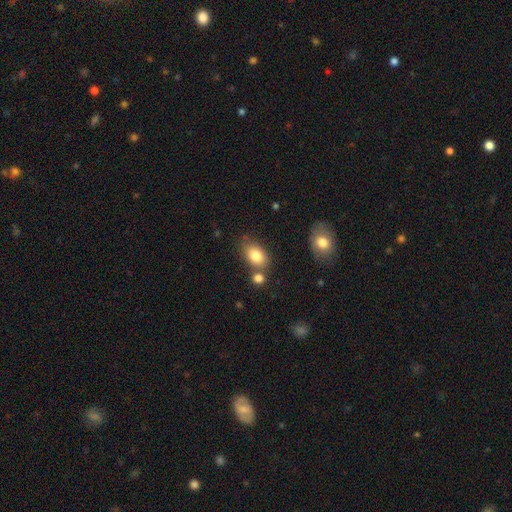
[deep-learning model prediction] A smooth galaxy with no disk features (82%) that is in between round and cigar-shaped (85%).

Vote fractions:
- Smooth or featured? smooth: 82% / featured or disk: 10% / star or artifact: 8%
- How rounded? in between: 85% / round: 13% / cigar-shaped: 2%
- Merging? none: 64% / merger: 18% / minor disturbance: 14% / major disturbance: 4%